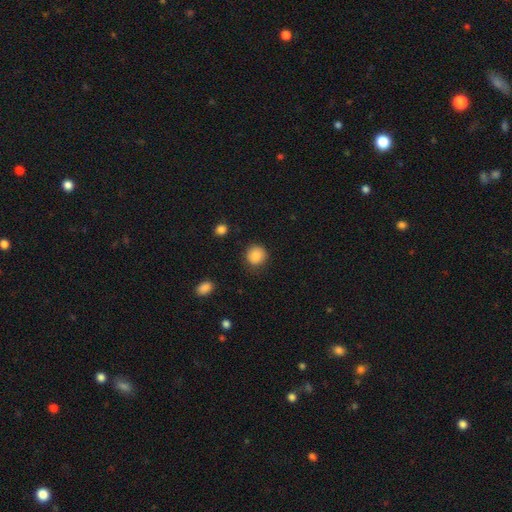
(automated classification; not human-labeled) Smooth or featured? Predicted: smooth (p=0.88). How rounded? Predicted: round (p=0.91). Merging? Predicted: none (p=0.85).